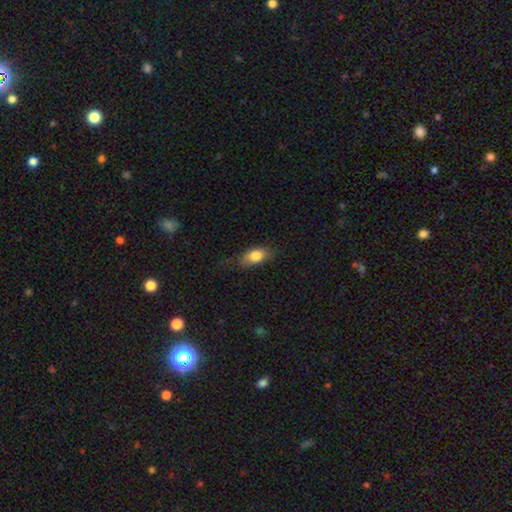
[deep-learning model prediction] Smooth or featured? smooth (80%)
How rounded? in between (83%)
Merging? none (59%)